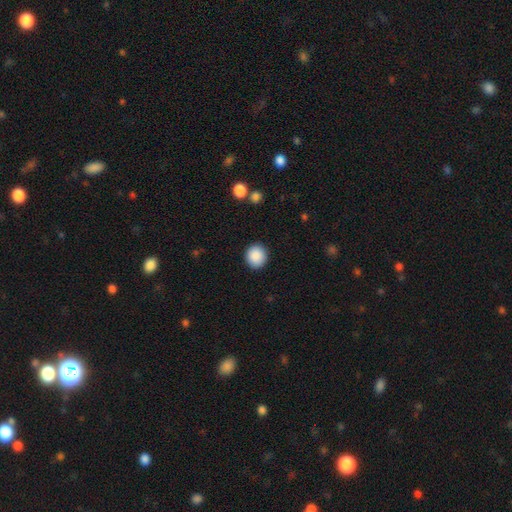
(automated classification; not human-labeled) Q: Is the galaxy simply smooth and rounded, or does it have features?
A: smooth — 89%.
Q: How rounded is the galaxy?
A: round — 86%.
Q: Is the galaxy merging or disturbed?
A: none — 91%.